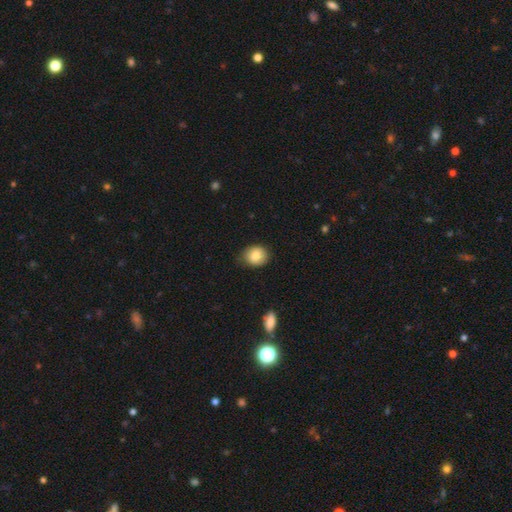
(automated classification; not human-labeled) Morphology: type=smooth (84%); roundness=round (66%); merging=none (78%).